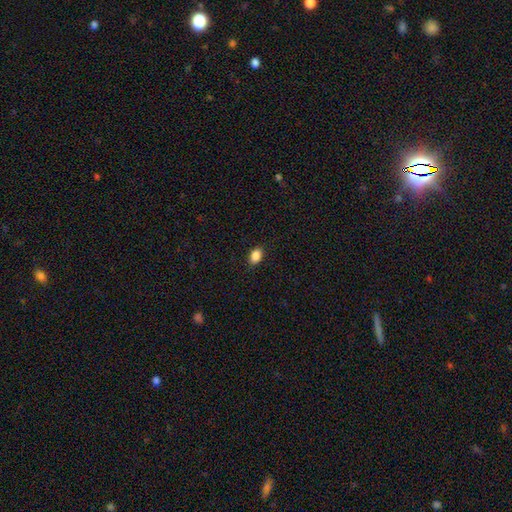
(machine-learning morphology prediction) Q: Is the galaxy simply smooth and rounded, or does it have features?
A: smooth — 88%.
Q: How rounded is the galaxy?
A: in between — 87%.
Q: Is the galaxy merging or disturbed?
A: none — 88%.